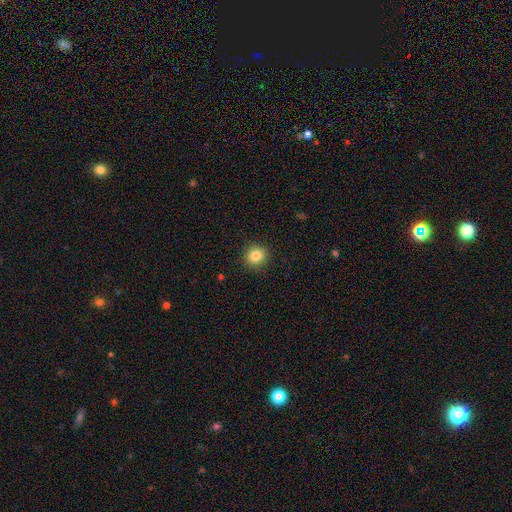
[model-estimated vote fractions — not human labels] This appears to be a smooth galaxy with no disk features (83%) that is round (86%). Merging: none (91%).